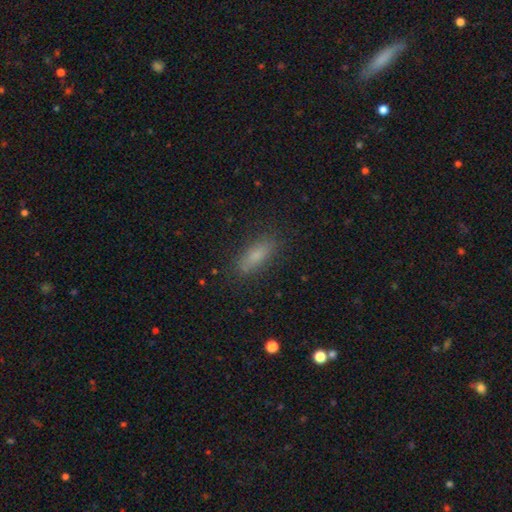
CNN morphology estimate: Q: Smooth or featured?
A: smooth (76%); runner-up: featured or disk (13%)
Q: How rounded?
A: in between (58%); runner-up: cigar-shaped (39%)
Q: Merging?
A: none (84%); runner-up: minor disturbance (12%)